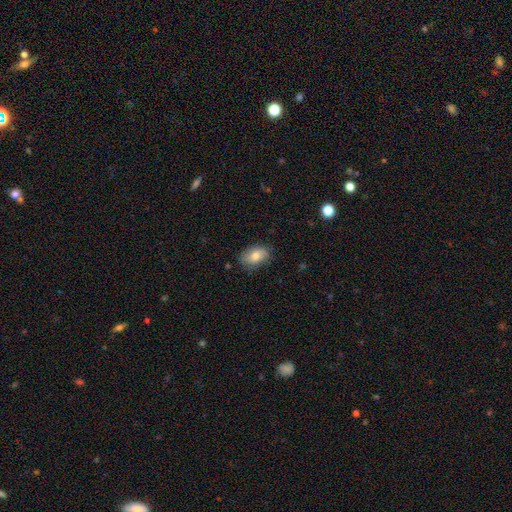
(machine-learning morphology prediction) Q: Smooth or featured?
A: smooth (76%); runner-up: featured or disk (16%)
Q: How rounded?
A: in between (87%); runner-up: round (11%)
Q: Merging?
A: none (77%); runner-up: minor disturbance (18%)